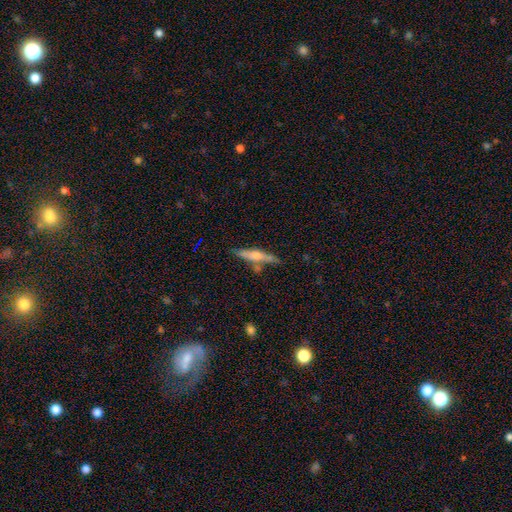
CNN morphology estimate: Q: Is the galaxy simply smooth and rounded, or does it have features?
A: featured or disk — 55%.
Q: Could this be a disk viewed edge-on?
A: yes — 94%.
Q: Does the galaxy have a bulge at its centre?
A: rounded — 79%.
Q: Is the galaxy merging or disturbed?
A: none — 74%.